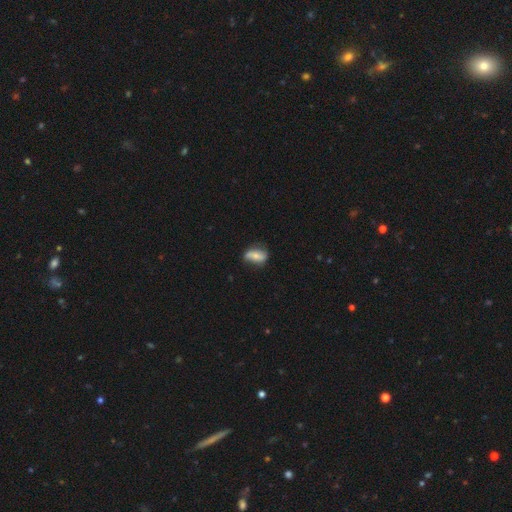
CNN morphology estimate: The model was most divided on "smooth or featured": smooth: 50%, featured or disk: 42%, star or artifact: 8%. More confident: how rounded — in between (79%); merging — none (66%).